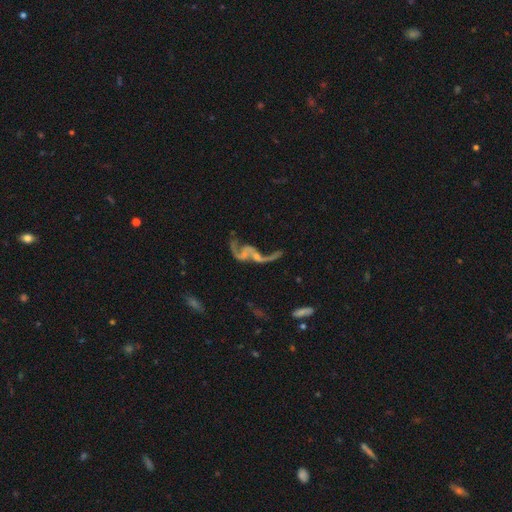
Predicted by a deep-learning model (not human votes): smooth_or_featured: featured or disk (p=0.65) [alt: star or artifact p=0.19]
disk_edge_on: no (p=0.92) [alt: yes p=0.08]
bar: no (p=0.72) [alt: weak p=0.20]
has_spiral_arms: yes (p=0.55) [alt: no p=0.45]
bulge_size: none (p=0.48) [alt: small p=0.33]
merging: merger (p=0.41) [alt: major disturbance p=0.31]